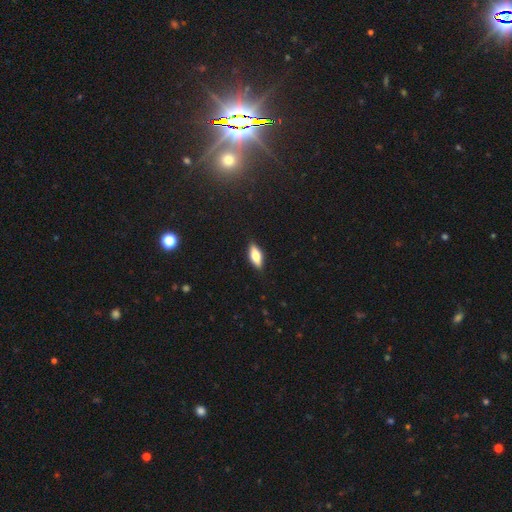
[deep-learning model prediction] This appears to be a smooth galaxy with no disk features (68%) that is in between round and cigar-shaped (73%). Merging: none (88%).